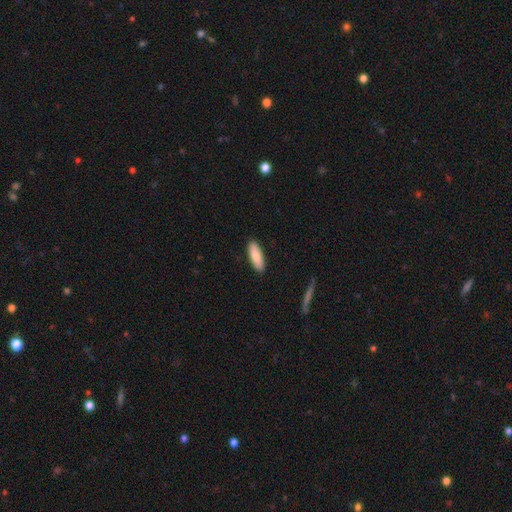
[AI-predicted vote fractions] The model was most divided on "how rounded": in between: 56%, cigar-shaped: 42%, round: 2%. More confident: merging — none (90%); smooth or featured — smooth (82%).